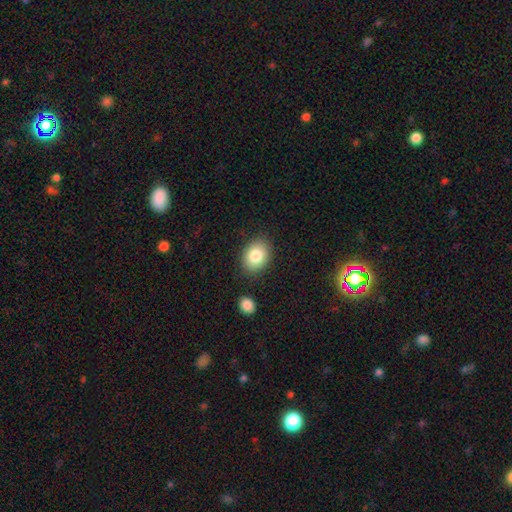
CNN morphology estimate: Smooth or featured: smooth — 83% (featured or disk — 9%)
How rounded: in between — 70% (round — 29%)
Merging: none — 84% (minor disturbance — 10%)